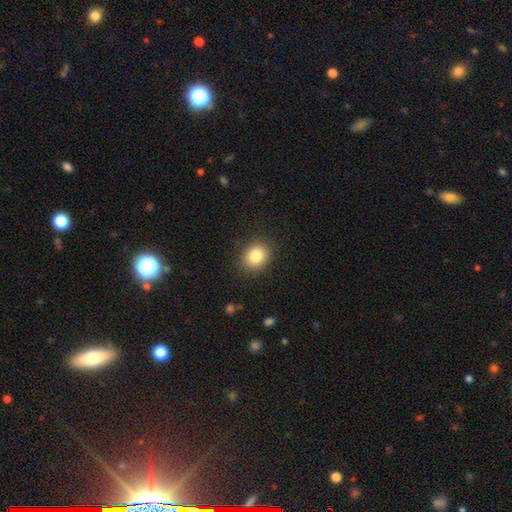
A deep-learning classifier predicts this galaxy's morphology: smooth 83%, star or artifact 10%, featured or disk 7%. Down the decision tree: how rounded — round (68%); merging — none (87%).